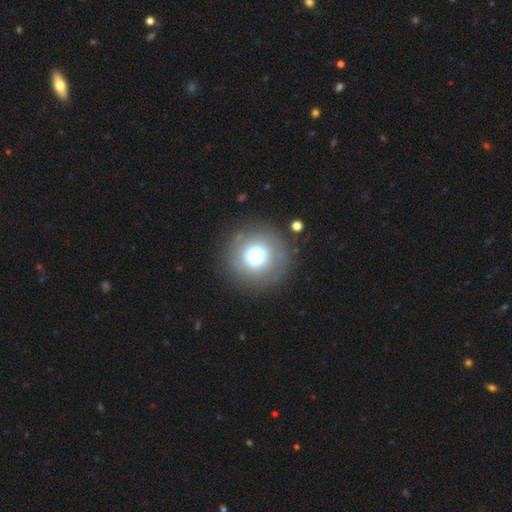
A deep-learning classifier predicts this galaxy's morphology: smooth-or-featured: smooth: 68% | featured or disk: 20% | star or artifact: 12%
  how-rounded: round: 95% | in between: 4% | cigar-shaped: 1%
  merging: none: 83% | minor disturbance: 9% | major disturbance: 6% | merger: 2%